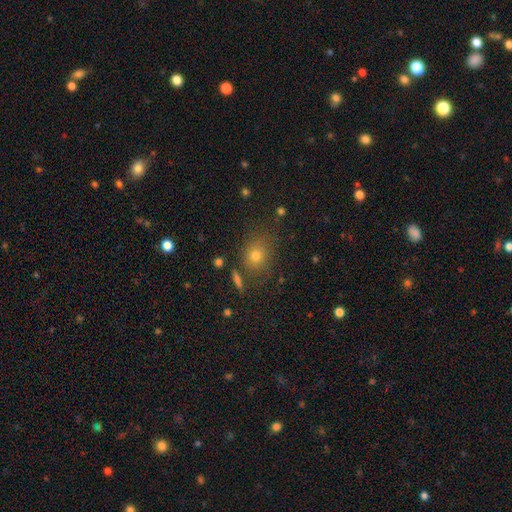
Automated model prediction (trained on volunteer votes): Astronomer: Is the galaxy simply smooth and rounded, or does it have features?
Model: smooth — 70%.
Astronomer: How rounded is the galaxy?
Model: round — 63%.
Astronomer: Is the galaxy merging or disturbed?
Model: none — 76%.